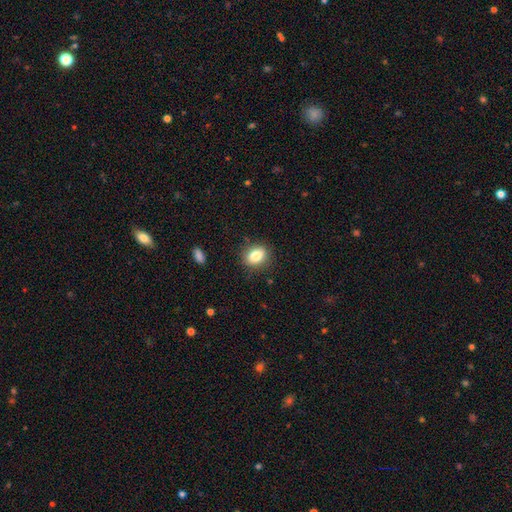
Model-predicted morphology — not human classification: Smooth or featured?
  - smooth: 84% *
  - star or artifact: 9%
  - featured or disk: 7%
How rounded?
  - in between: 65% *
  - round: 33%
  - cigar-shaped: 2%
Merging?
  - none: 85% *
  - minor disturbance: 11%
  - major disturbance: 3%
  - merger: 1%